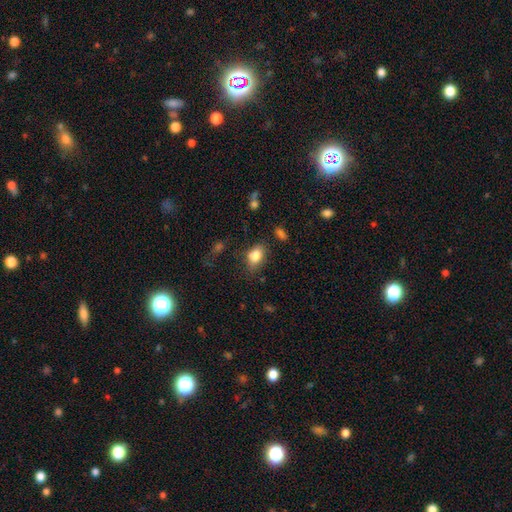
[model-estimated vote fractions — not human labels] smooth 83%, star or artifact 9%, featured or disk 8%. Down the decision tree: how rounded — in between (81%); merging — none (67%).